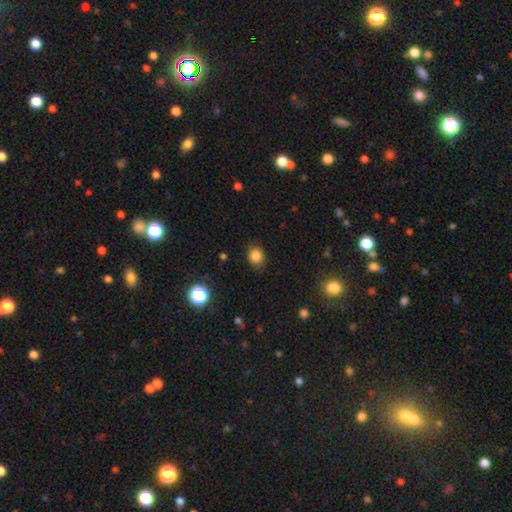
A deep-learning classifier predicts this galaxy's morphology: The model was most divided on "how rounded": round: 61%, in between: 38%, cigar-shaped: 1%. More confident: smooth or featured — smooth (84%); merging — none (82%).